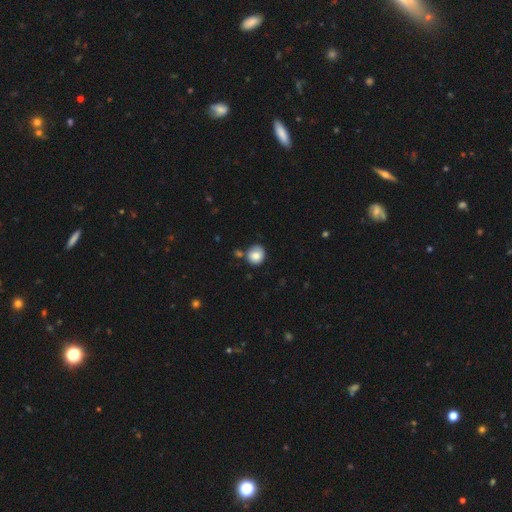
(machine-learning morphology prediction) Smooth or featured?
  - smooth: 81% *
  - featured or disk: 10%
  - star or artifact: 8%
How rounded?
  - round: 81% *
  - in between: 18%
  - cigar-shaped: 1%
Merging?
  - none: 69% *
  - minor disturbance: 18%
  - merger: 9%
  - major disturbance: 4%